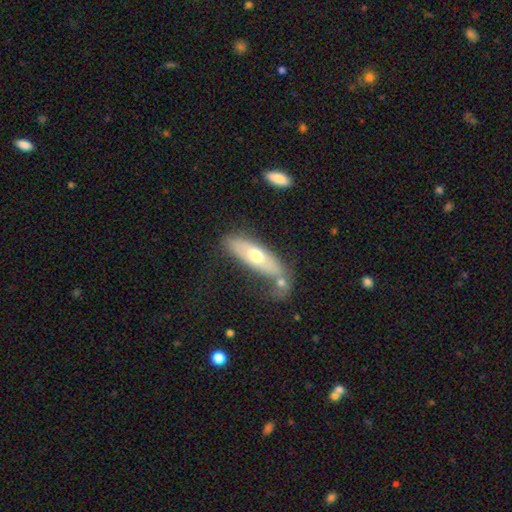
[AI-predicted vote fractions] Morphology: type=smooth (54%); roundness=in between (54%); merging=none (50%).